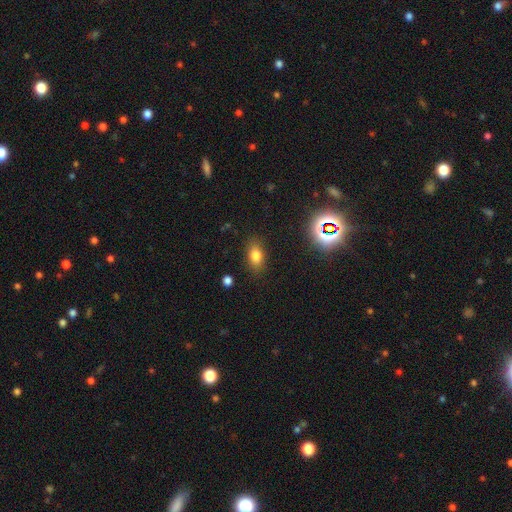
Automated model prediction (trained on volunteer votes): Smooth or featured? Predicted: smooth (p=0.77). How rounded? Predicted: in between (p=0.83). Merging? Predicted: none (p=0.85).